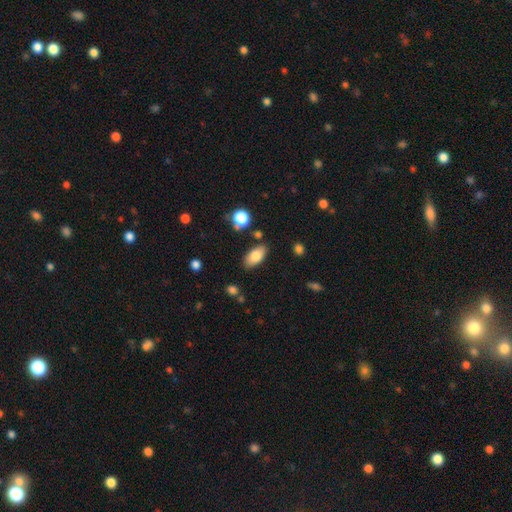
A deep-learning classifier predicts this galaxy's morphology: Overall: smooth (80%). How rounded: in between (90%). Merging: none (82%).